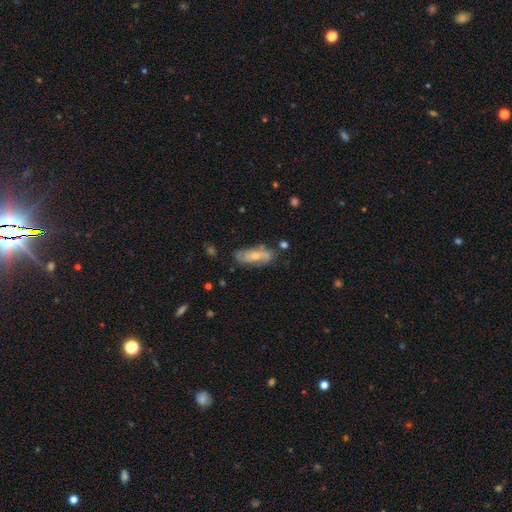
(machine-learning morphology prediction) Overall: smooth (50%; featured or disk 43%). How rounded: in between (69%). Merging: none (67%).